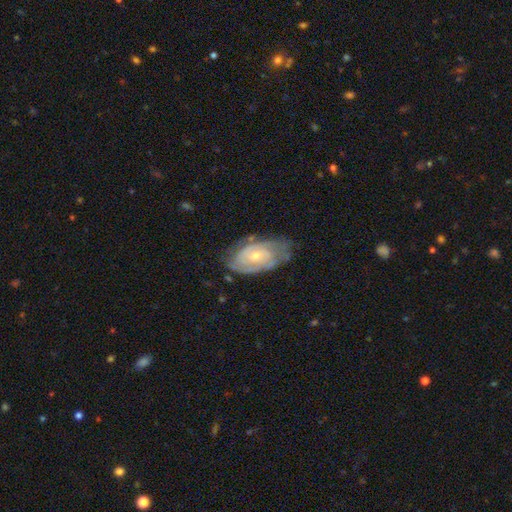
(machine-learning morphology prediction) Q: Smooth or featured?
A: featured or disk (73%); runner-up: smooth (20%)
Q: Edge-on disk?
A: no (95%); runner-up: yes (5%)
Q: Bar?
A: no (67%); runner-up: weak (28%)
Q: Spiral arms?
A: yes (85%); runner-up: no (15%)
Q: Spiral winding?
A: tight (62%); runner-up: medium (29%)
Q: Spiral arm count?
A: can't tell (43%); runner-up: 2 (35%)
Q: Bulge size?
A: small (58%); runner-up: moderate (39%)
Q: Merging?
A: none (61%); runner-up: minor disturbance (27%)